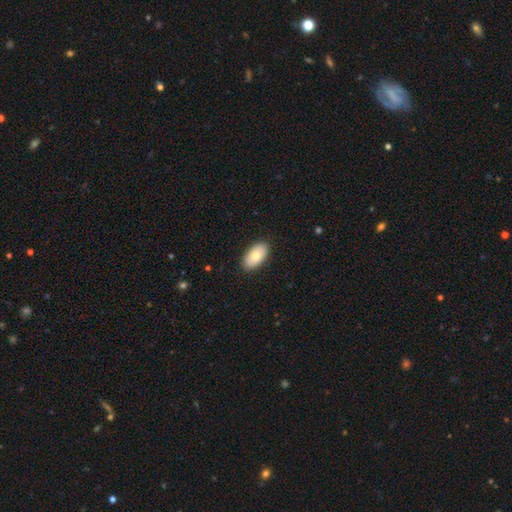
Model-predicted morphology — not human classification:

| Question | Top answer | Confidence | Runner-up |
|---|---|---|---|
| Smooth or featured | smooth | 78% | featured or disk (16%) |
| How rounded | in between | 95% | round (3%) |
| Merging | none | 89% | minor disturbance (8%) |